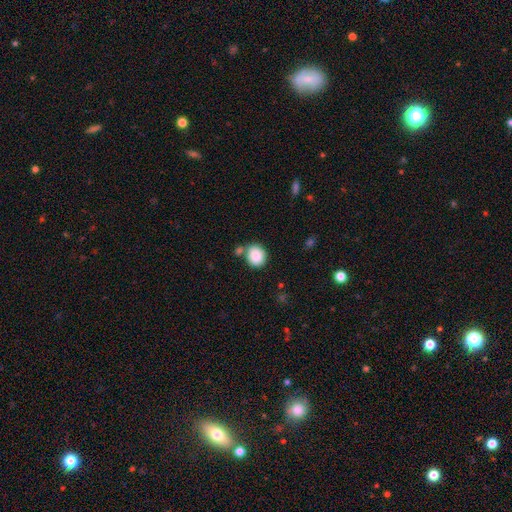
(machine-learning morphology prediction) Q: Smooth or featured?
A: smooth (88%); runner-up: star or artifact (8%)
Q: How rounded?
A: round (68%); runner-up: in between (31%)
Q: Merging?
A: none (67%); runner-up: merger (16%)